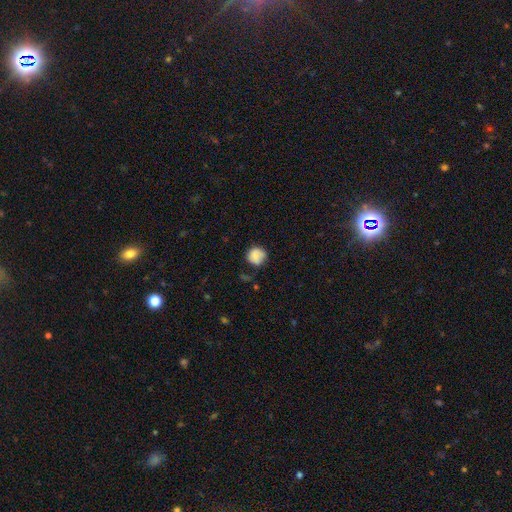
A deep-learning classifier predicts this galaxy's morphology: A smooth galaxy with no disk features (83%) that is round (88%).

Vote fractions:
- Smooth or featured? smooth: 83% / featured or disk: 9% / star or artifact: 8%
- How rounded? round: 88% / in between: 11% / cigar-shaped: 1%
- Merging? none: 65% / minor disturbance: 26% / major disturbance: 6% / merger: 3%